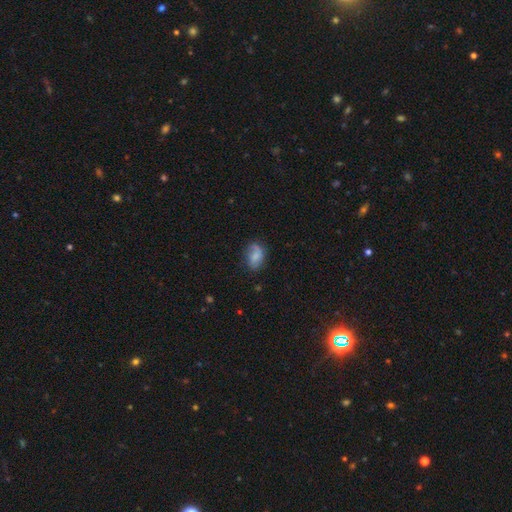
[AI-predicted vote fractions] Smooth or featured: smooth — 62% (featured or disk — 29%)
How rounded: in between — 80% (round — 19%)
Merging: none — 56% (minor disturbance — 29%)